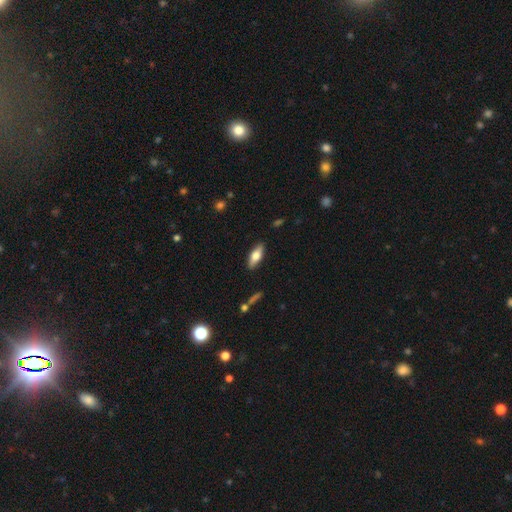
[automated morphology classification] Overall: smooth (63%; featured or disk 30%). How rounded: in between (70%). Merging: none (87%).